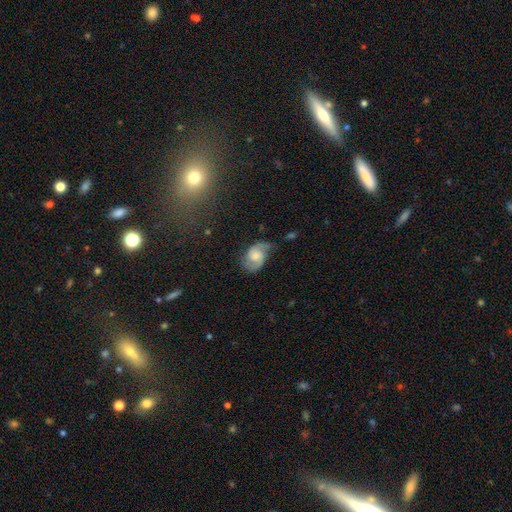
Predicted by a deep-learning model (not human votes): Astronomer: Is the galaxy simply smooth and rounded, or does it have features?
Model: featured or disk — 66%.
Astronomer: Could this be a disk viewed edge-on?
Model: no — 97%.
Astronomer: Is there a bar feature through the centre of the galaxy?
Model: no — 62%.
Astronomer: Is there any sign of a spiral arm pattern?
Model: yes — 92%.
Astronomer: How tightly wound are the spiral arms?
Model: medium — 47% (runner-up: loose, 28%).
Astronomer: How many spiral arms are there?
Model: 2 — 85%.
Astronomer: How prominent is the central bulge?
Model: moderate — 42% (runner-up: small, 30%).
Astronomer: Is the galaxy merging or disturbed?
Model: none — 52% (runner-up: minor disturbance, 31%).